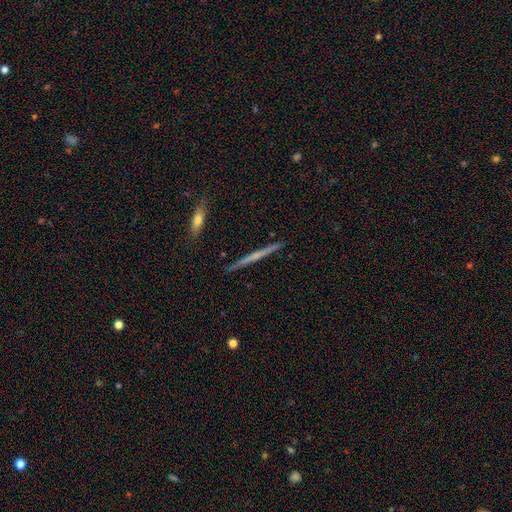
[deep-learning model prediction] Morphology: type=featured or disk (60%); edge-on=yes (98%); edge-on bulge=none (67%); merging=none (91%).